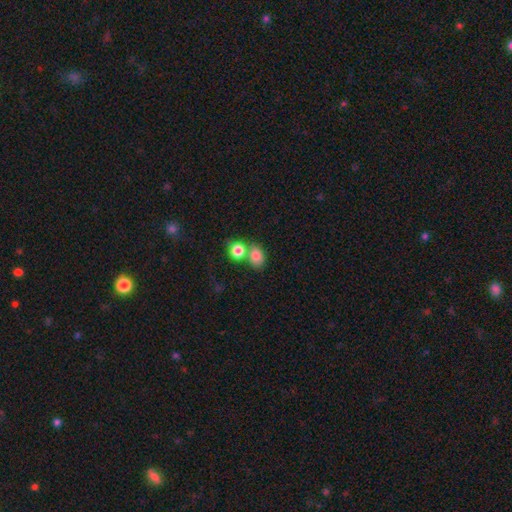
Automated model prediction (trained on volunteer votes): Smooth or featured? Predicted: smooth (p=0.81). How rounded? Predicted: in between (p=0.55). Merging? Predicted: none (p=0.45).